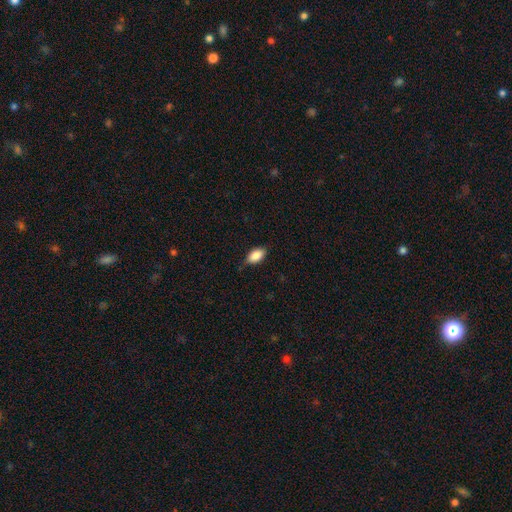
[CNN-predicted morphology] A smooth galaxy with no disk features (87%) that is in between round and cigar-shaped (92%). Merging: none (77%).